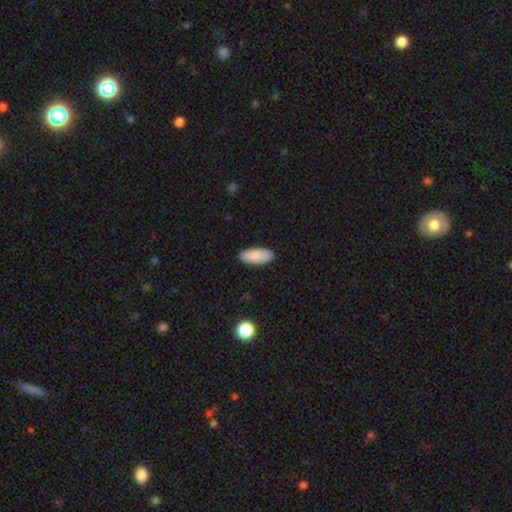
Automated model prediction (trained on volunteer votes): smooth_or_featured: smooth (p=0.88) [alt: star or artifact p=0.06]
how_rounded: in between (p=0.86) [alt: cigar-shaped p=0.12]
merging: none (p=0.89) [alt: minor disturbance p=0.09]